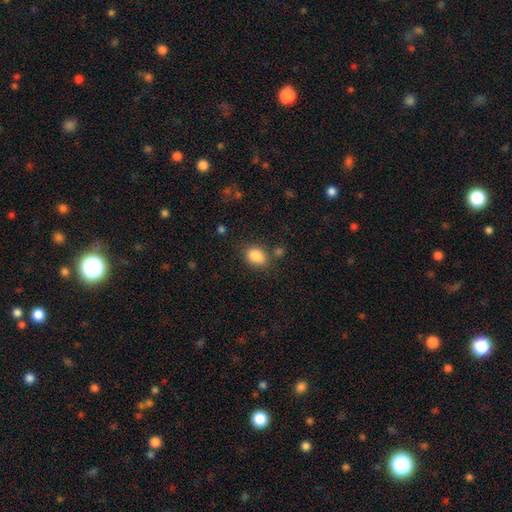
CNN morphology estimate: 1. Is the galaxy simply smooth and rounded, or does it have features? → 86% smooth, 9% star or artifact, 5% featured or disk.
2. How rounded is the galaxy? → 66% in between, 32% round, 1% cigar-shaped.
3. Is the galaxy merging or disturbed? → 71% none, 17% minor disturbance, 7% merger, 5% major disturbance.